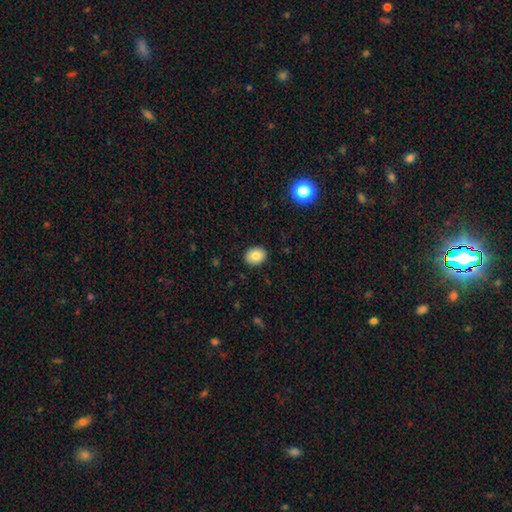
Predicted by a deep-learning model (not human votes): A smooth galaxy with no disk features (83%) that is round (53%).

Vote fractions:
- Smooth or featured? smooth: 83% / star or artifact: 9% / featured or disk: 8%
- How rounded? round: 53% / in between: 46% / cigar-shaped: 1%
- Merging? none: 90% / minor disturbance: 7% / major disturbance: 2% / merger: 1%